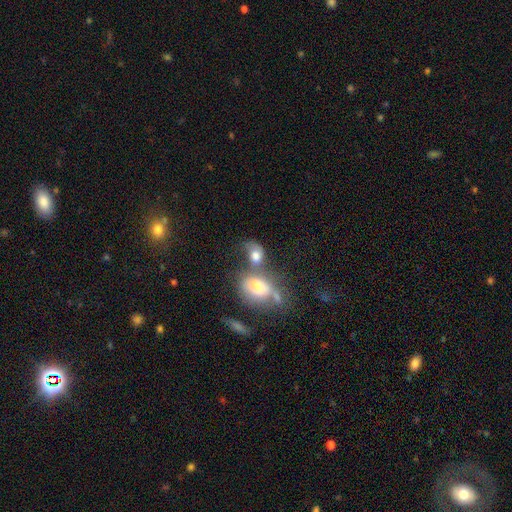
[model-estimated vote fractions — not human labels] Smooth or featured: smooth — 67% (featured or disk — 22%)
How rounded: in between — 60% (round — 39%)
Merging: merger — 54% (none — 22%)